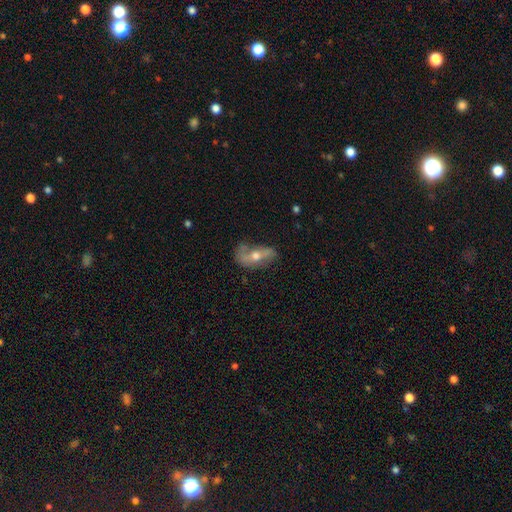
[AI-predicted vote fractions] Q: Smooth or featured?
A: featured or disk (59%); runner-up: smooth (33%)
Q: Edge-on disk?
A: no (84%); runner-up: yes (16%)
Q: Merging?
A: none (54%); runner-up: minor disturbance (27%)